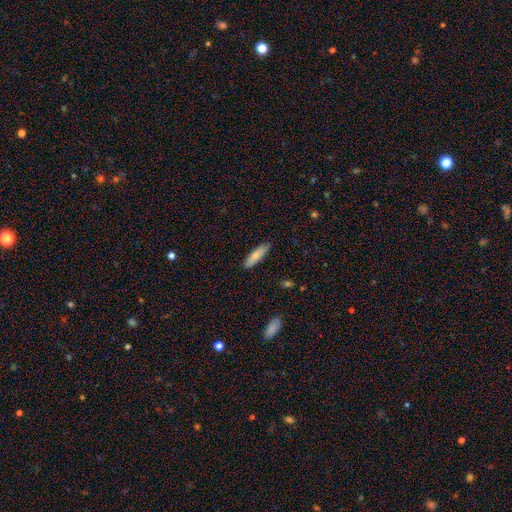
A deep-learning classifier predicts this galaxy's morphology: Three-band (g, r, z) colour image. It shows a smooth galaxy with no disk features (80%) that is cigar-shaped (61%). Merging: none (86%).